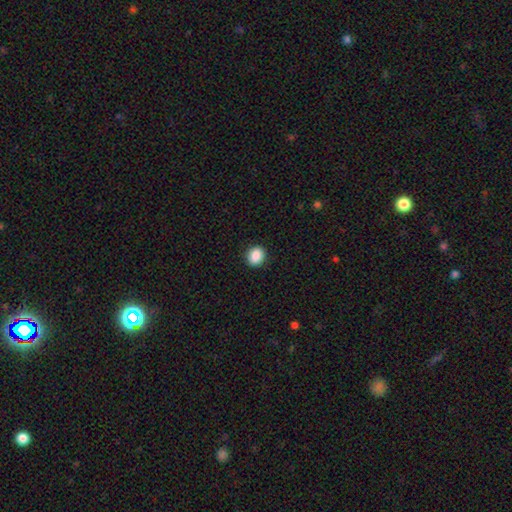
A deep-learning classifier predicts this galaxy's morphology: Smooth or featured: smooth — 89% (star or artifact — 9%)
How rounded: round — 67% (in between — 32%)
Merging: none — 91% (minor disturbance — 6%)